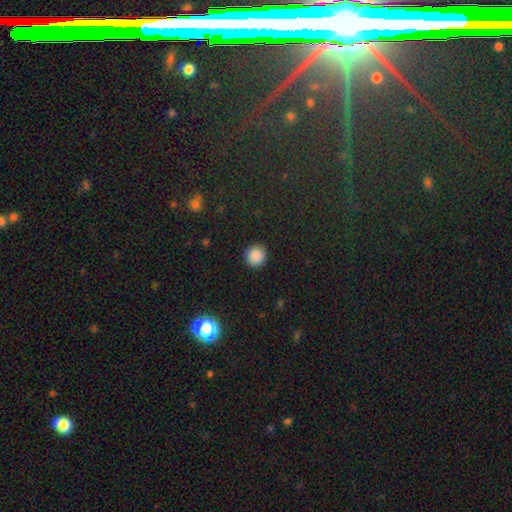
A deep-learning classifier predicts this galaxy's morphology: Smooth or featured?
  - smooth: 87% *
  - star or artifact: 9%
  - featured or disk: 3%
How rounded?
  - round: 94% *
  - in between: 6%
  - cigar-shaped: 1%
Merging?
  - none: 91% *
  - minor disturbance: 6%
  - major disturbance: 2%
  - merger: 1%